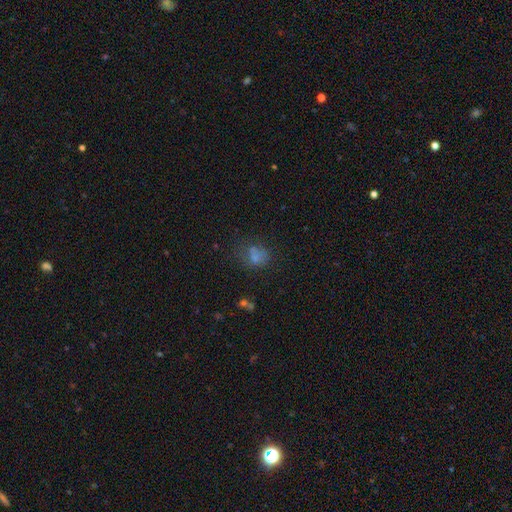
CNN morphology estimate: Q: Smooth or featured?
A: smooth (65%); runner-up: star or artifact (19%)
Q: How rounded?
A: round (61%); runner-up: in between (37%)
Q: Merging?
A: none (48%); runner-up: minor disturbance (22%)